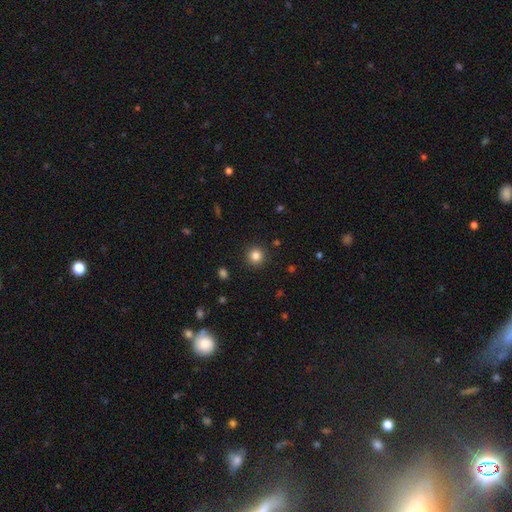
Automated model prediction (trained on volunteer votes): This is clearly a smooth galaxy (83%). How rounded: clearly round (94%). Merging: clearly none (91%).